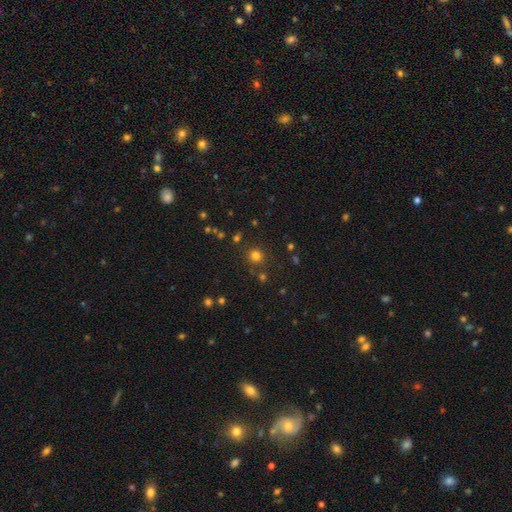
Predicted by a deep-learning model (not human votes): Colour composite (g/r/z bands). It shows a smooth galaxy with no disk features (74%) that is round (91%). Merging: none (84%).